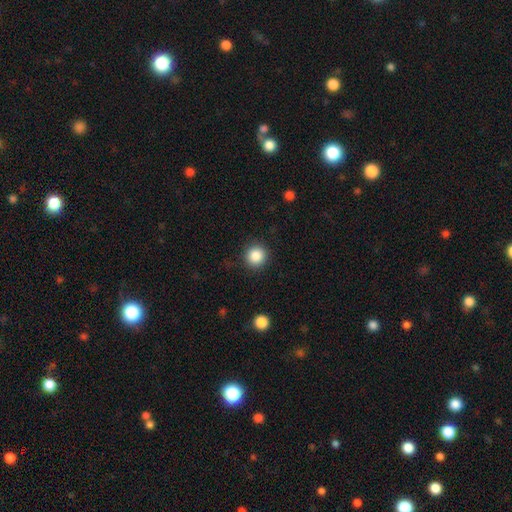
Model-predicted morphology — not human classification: A smooth galaxy with no disk features (86%) that is round (94%).

Vote fractions:
- Smooth or featured? smooth: 86% / star or artifact: 10% / featured or disk: 4%
- How rounded? round: 94% / in between: 6% / cigar-shaped: 1%
- Merging? none: 90% / minor disturbance: 7% / major disturbance: 3% / merger: 1%